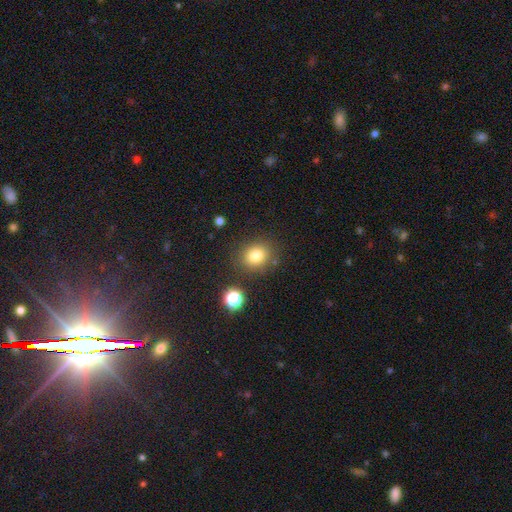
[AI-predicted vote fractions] smooth 80%, star or artifact 13%, featured or disk 7%. Down the decision tree: how rounded — round (67%); merging — none (81%).